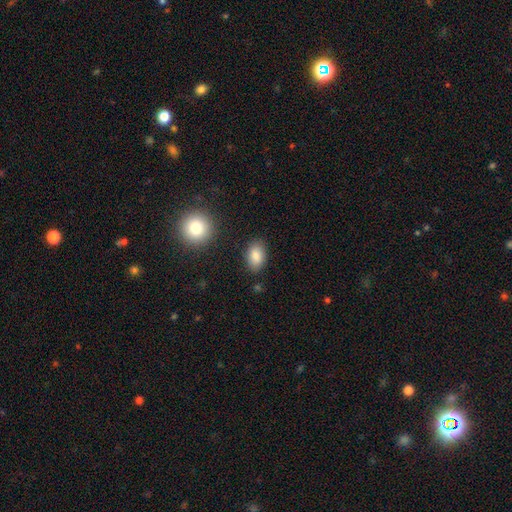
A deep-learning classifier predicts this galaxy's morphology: A smooth galaxy with no disk features (85%) that is in between round and cigar-shaped (87%). Merging: none (84%).